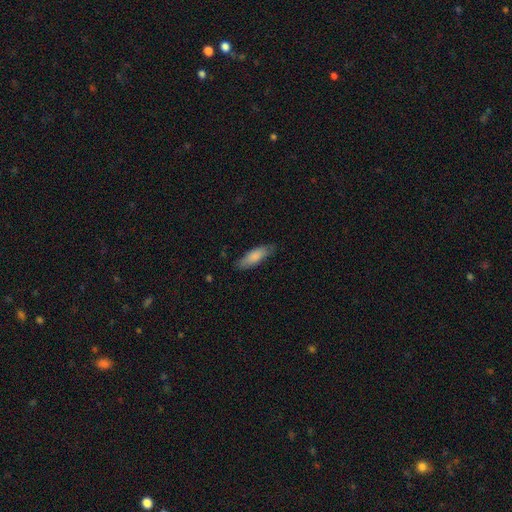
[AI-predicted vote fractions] A smooth galaxy with no disk features (81%) that is in between round and cigar-shaped (51%). Merging: none (81%).